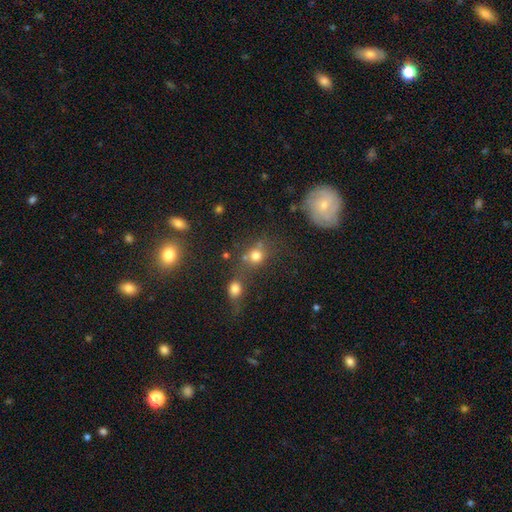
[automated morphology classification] Smooth or featured: smooth — 72% (star or artifact — 17%)
How rounded: round — 77% (in between — 21%)
Merging: none — 52% (merger — 28%)